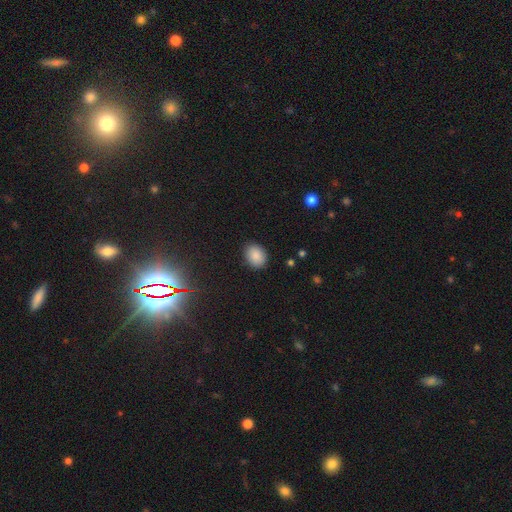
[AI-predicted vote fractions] The model was most divided on "how rounded": in between: 61%, round: 38%, cigar-shaped: 1%. More confident: merging — none (88%); smooth or featured — smooth (87%).